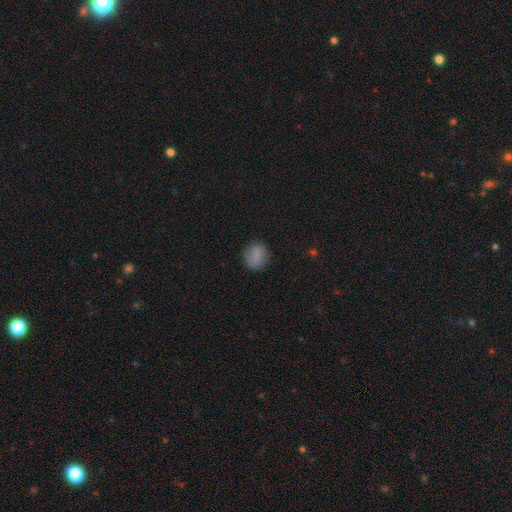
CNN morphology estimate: smooth_or_featured: smooth (p=0.82) [alt: star or artifact p=0.09]
how_rounded: round (p=0.75) [alt: in between p=0.23]
merging: none (p=0.82) [alt: minor disturbance p=0.13]